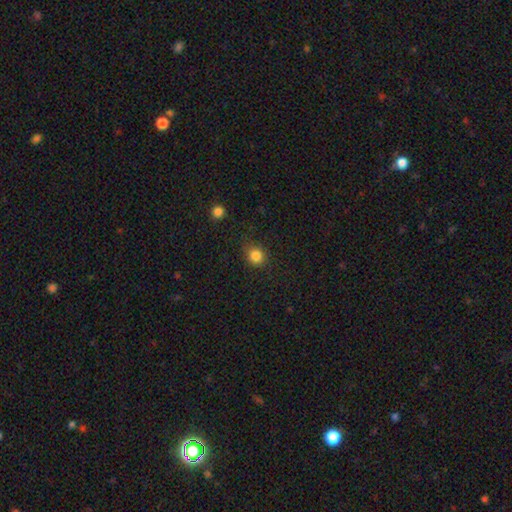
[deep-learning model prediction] Morphology: type=smooth (84%); roundness=round (85%); merging=none (84%).